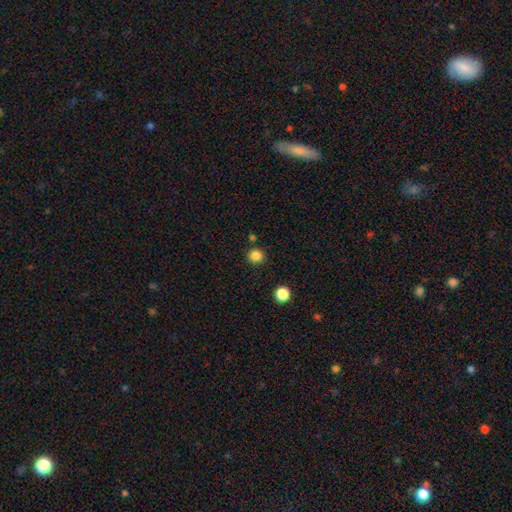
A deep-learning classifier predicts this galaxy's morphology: A smooth galaxy with no disk features (84%) that is round (93%).

Vote fractions:
- Smooth or featured? smooth: 84% / star or artifact: 13% / featured or disk: 4%
- How rounded? round: 93% / in between: 6% / cigar-shaped: 1%
- Merging? none: 87% / minor disturbance: 7% / merger: 4% / major disturbance: 2%